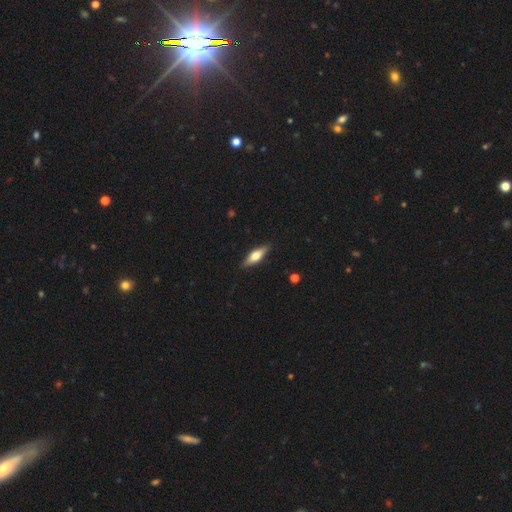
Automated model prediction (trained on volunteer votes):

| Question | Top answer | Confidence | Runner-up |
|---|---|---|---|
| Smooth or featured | featured or disk | 47% | tied: smooth (47%) |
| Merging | none | 88% | minor disturbance (9%) |